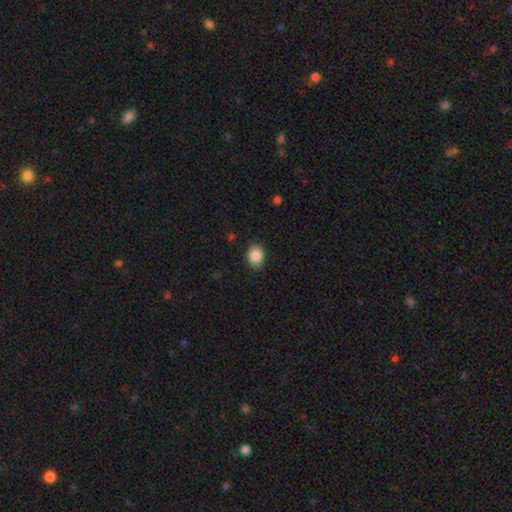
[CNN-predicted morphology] Overall: smooth (87%). How rounded: in between (53%; round 46%). Merging: none (88%).